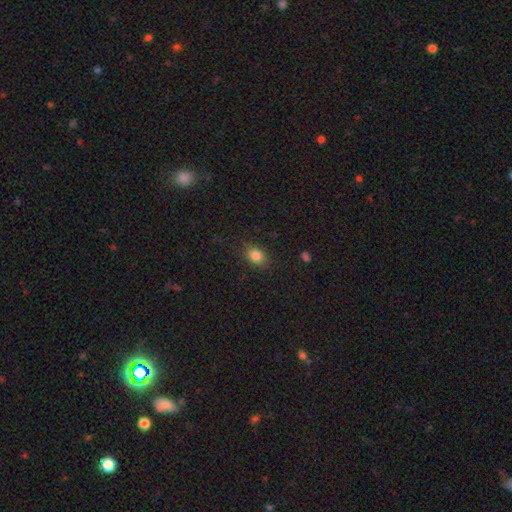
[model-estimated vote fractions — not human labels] A smooth galaxy with no disk features (83%) that is in between round and cigar-shaped (62%).

Vote fractions:
- Smooth or featured? smooth: 83% / star or artifact: 11% / featured or disk: 6%
- How rounded? in between: 62% / round: 37% / cigar-shaped: 1%
- Merging? none: 84% / minor disturbance: 11% / major disturbance: 3% / merger: 1%